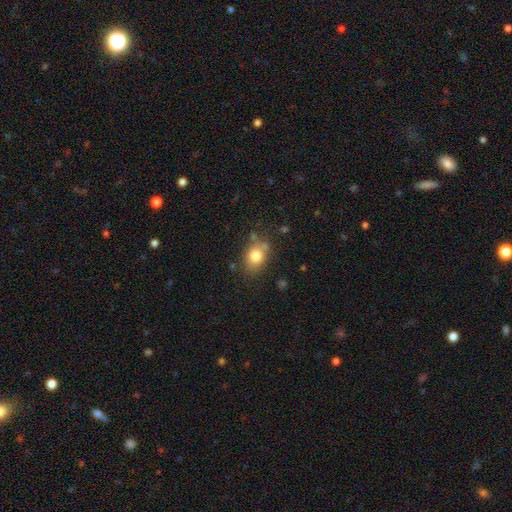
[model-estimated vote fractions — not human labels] Overall: smooth (79%). How rounded: in between (61%; round 37%). Merging: none (69%).